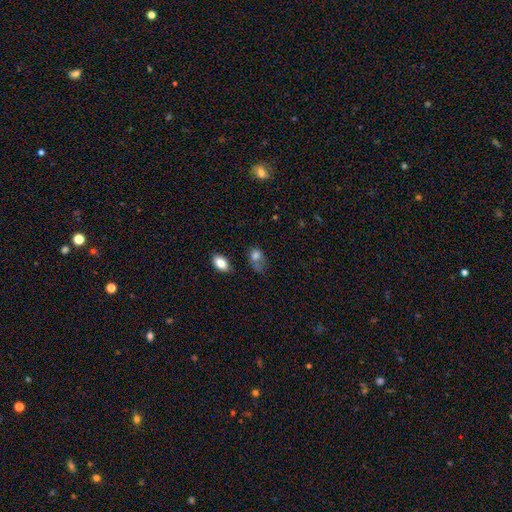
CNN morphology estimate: smooth 76%, featured or disk 13%, star or artifact 11%. Down the decision tree: how rounded — in between (69%); merging — minor disturbance (31%).